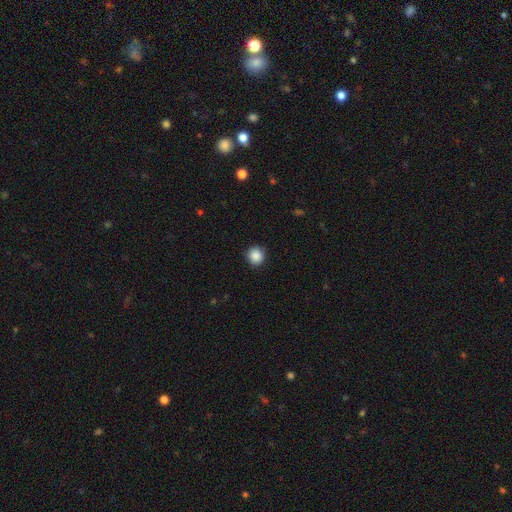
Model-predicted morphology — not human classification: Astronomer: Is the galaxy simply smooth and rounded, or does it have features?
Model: smooth — 88%.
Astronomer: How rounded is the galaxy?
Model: round — 87%.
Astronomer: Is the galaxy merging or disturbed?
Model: none — 90%.